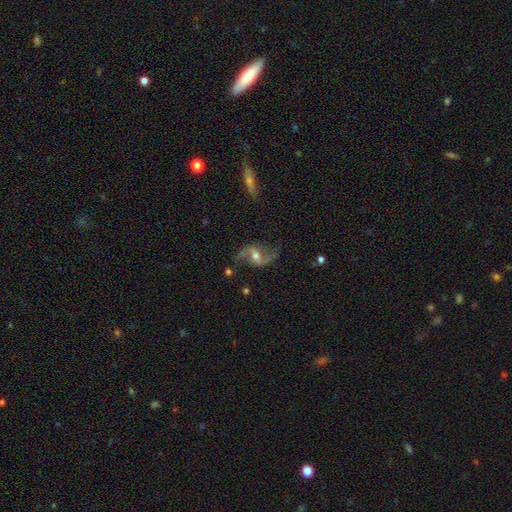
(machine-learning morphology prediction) Smooth or featured?
  - featured or disk: 89% *
  - star or artifact: 6%
  - smooth: 5%
Edge-on disk?
  - no: 96% *
  - yes: 4%
Bar?
  - no: 46% *
  - weak: 37%
  - strong: 16%
Spiral arms?
  - yes: 96% *
  - no: 4%
Spiral winding?
  - loose: 80% *
  - medium: 16%
  - tight: 4%
Spiral arm count?
  - 2: 94% *
  - can't tell: 1%
  - 1: 1%
  - 3: 1%
  - 4: 1%
  - more than 4: 1%
Bulge size?
  - moderate: 67% *
  - small: 24%
  - large: 6%
  - none: 2%
  - dominant: 1%
Merging?
  - none: 79% *
  - minor disturbance: 13%
  - major disturbance: 6%
  - merger: 2%